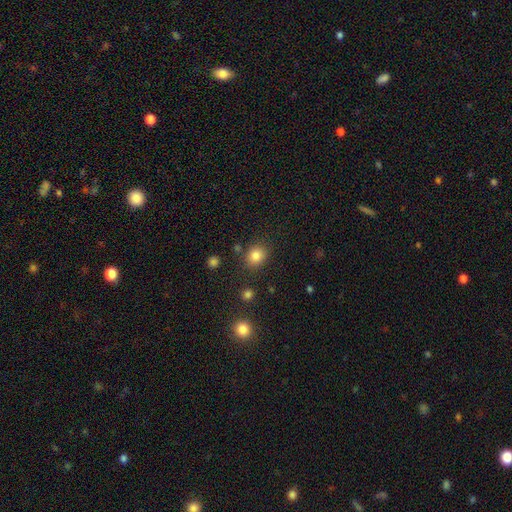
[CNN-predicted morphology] This is clearly a smooth galaxy (83%). How rounded: likely round (70%). Merging: clearly none (82%).